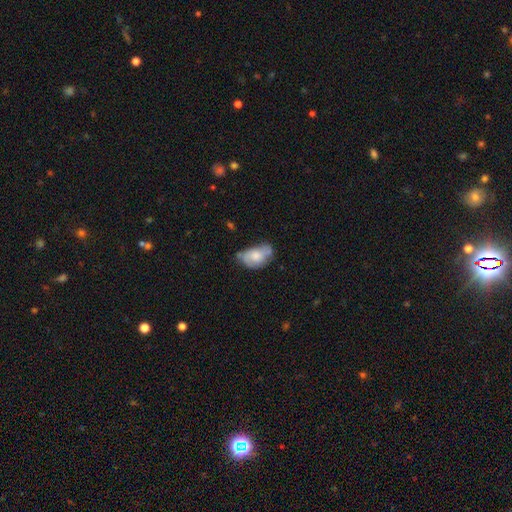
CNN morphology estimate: Overall: smooth (57%; featured or disk 35%). How rounded: in between (90%). Merging: none (38%; minor disturbance 37%).